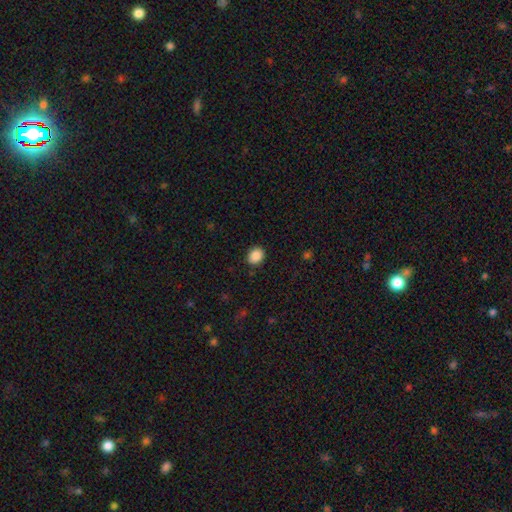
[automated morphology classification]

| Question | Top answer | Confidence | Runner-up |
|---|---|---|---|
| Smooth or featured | smooth | 88% | star or artifact (9%) |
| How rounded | round | 53% | in between (46%) |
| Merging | none | 89% | minor disturbance (8%) |